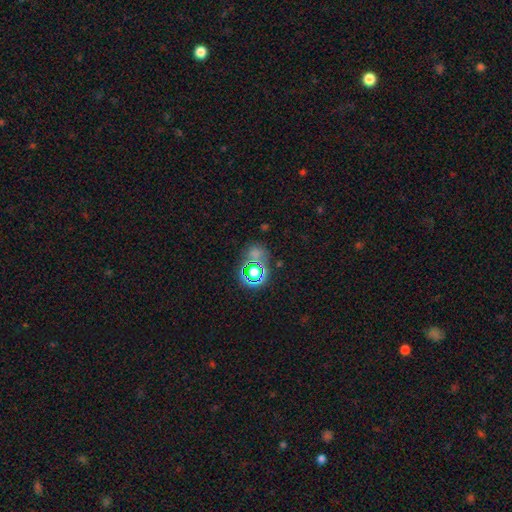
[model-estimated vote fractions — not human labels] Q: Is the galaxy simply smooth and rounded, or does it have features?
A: star or artifact — 49%.